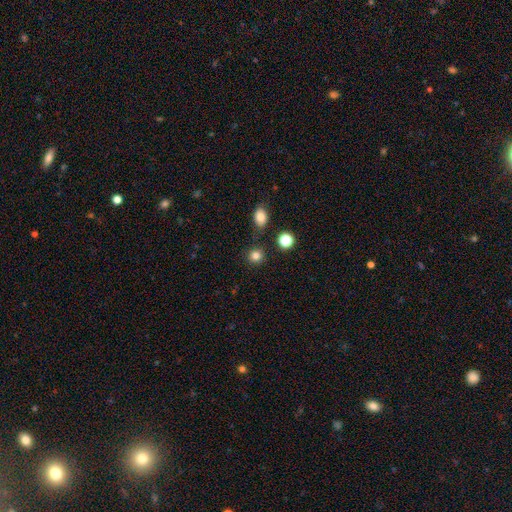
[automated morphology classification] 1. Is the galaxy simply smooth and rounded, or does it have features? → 83% smooth, 13% star or artifact, 5% featured or disk.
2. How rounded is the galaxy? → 90% round, 9% in between, 1% cigar-shaped.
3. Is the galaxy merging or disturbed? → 85% none, 8% minor disturbance, 4% merger, 3% major disturbance.